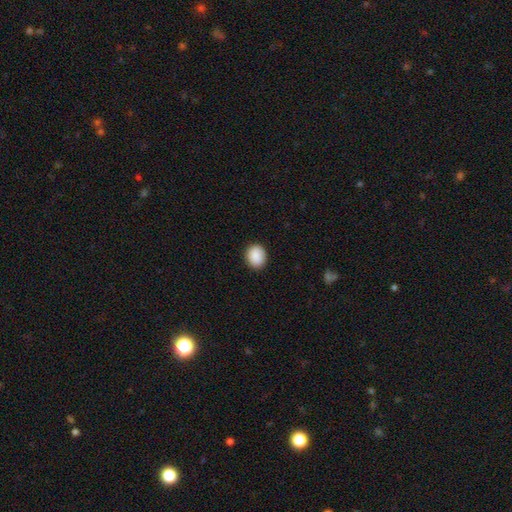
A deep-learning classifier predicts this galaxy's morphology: smooth 90%, star or artifact 7%, featured or disk 3%. Down the decision tree: how rounded — round (60%); merging — none (89%).